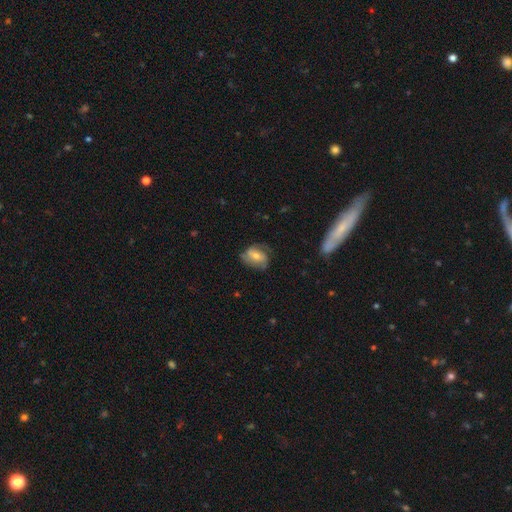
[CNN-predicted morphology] Smooth or featured?
  - featured or disk: 47% *
  - smooth: 45%
  - star or artifact: 8%
Merging?
  - none: 55% *
  - minor disturbance: 28%
  - major disturbance: 15%
  - merger: 2%